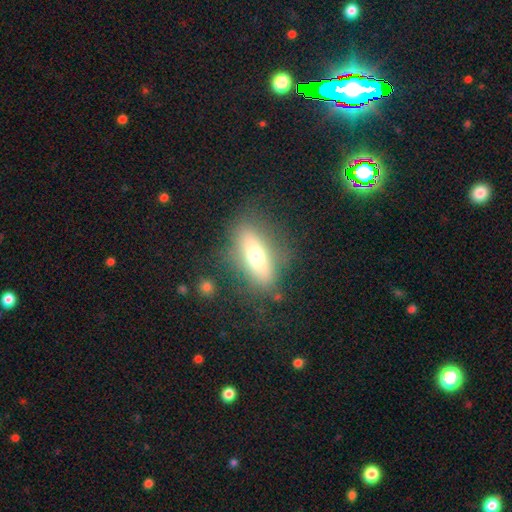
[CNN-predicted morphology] The model was most divided on "smooth or featured": smooth: 50%, featured or disk: 38%, star or artifact: 13%. More confident: merging — none (76%).